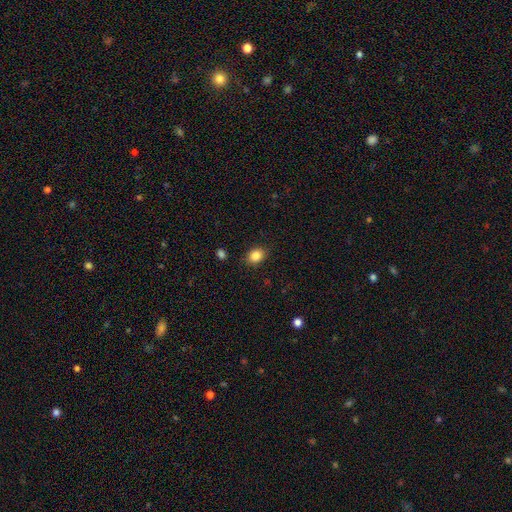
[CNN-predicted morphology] This appears to be a smooth galaxy with no disk features (85%) that is in between round and cigar-shaped (59%). Merging: none (85%).